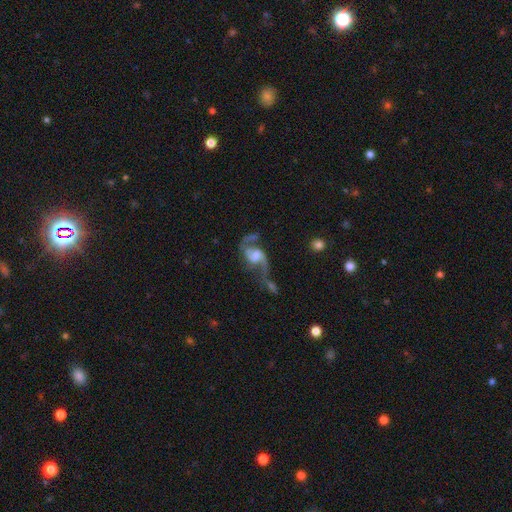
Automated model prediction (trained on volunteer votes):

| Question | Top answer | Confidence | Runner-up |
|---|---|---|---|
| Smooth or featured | featured or disk | 84% | smooth (9%) |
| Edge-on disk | no | 97% | yes (3%) |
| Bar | weak | 45% | no (40%) |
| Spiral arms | yes | 94% | no (6%) |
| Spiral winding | loose | 64% | medium (30%) |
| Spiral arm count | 2 | 89% | 1 (5%) |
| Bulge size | moderate | 54% | small (24%) |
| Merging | none | 34% | merger (28%) |